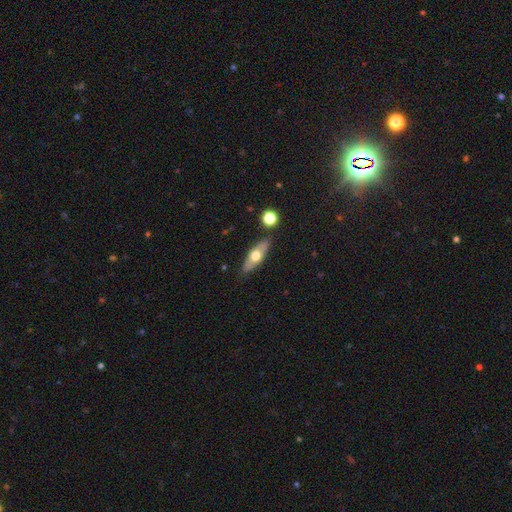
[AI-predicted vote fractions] Overall: smooth (51%; featured or disk 43%). How rounded: in between (59%; cigar-shaped 37%). Merging: none (82%).